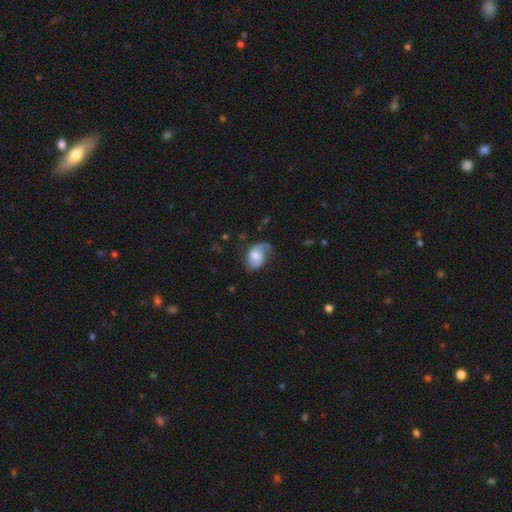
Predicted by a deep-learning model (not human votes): Overall: featured or disk (51%; smooth 42%). Edge-on disk: no (97%). Merging: none (41%; minor disturbance 32%).